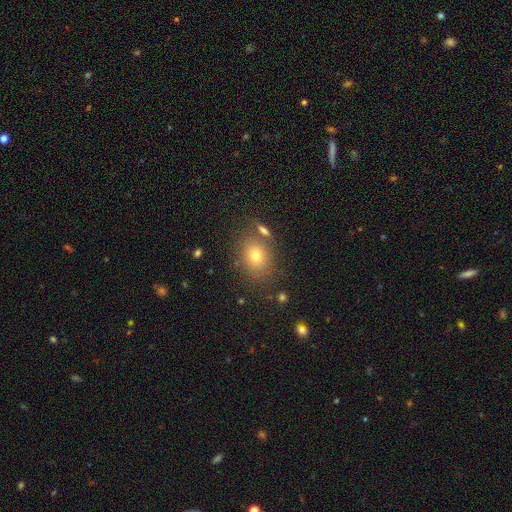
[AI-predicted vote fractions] This is likely a smooth galaxy (73%). How rounded: possibly in between (51%). Merging: likely none (75%).